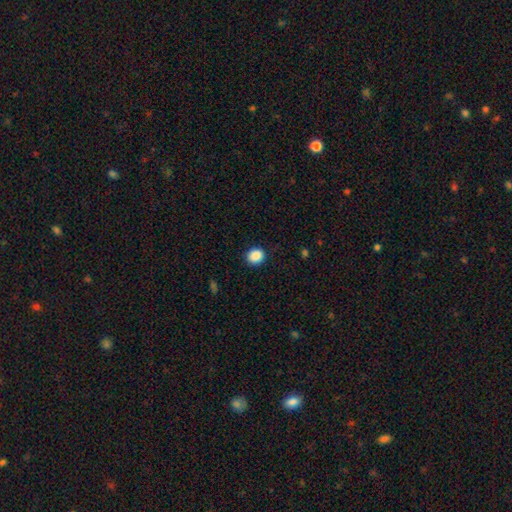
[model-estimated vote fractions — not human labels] smooth_or_featured: smooth (p=0.89) [alt: star or artifact p=0.09]
how_rounded: round (p=0.74) [alt: in between p=0.25]
merging: none (p=0.89) [alt: minor disturbance p=0.08]